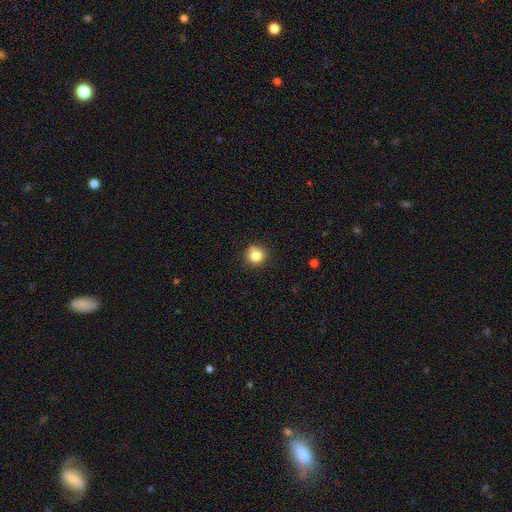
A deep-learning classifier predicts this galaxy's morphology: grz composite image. It shows a smooth galaxy with no disk features (82%) that is round (93%). Merging: none (85%).